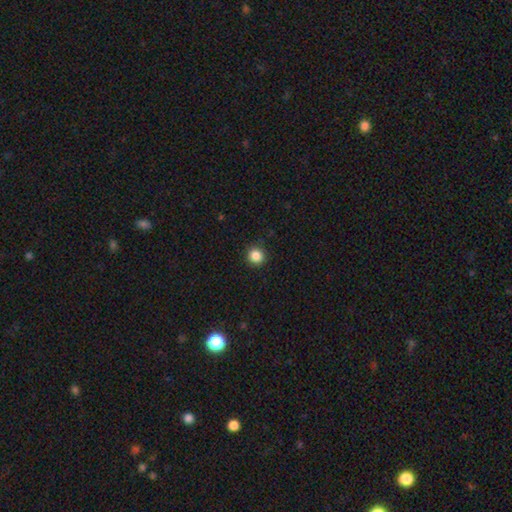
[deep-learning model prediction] smooth_or_featured: smooth (p=0.86) [alt: star or artifact p=0.11]
how_rounded: round (p=0.93) [alt: in between p=0.07]
merging: none (p=0.91) [alt: minor disturbance p=0.06]